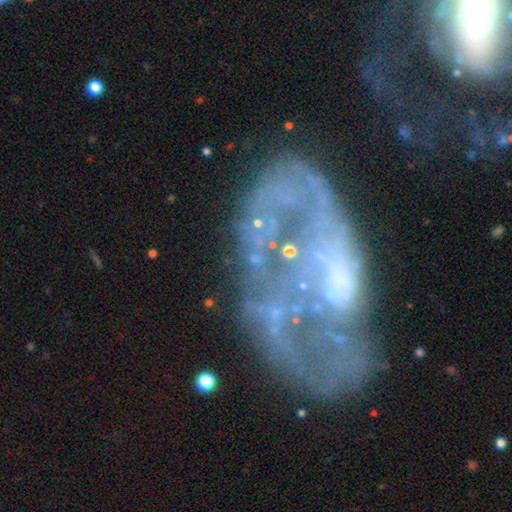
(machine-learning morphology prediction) Smooth or featured?
  - featured or disk: 67% *
  - star or artifact: 17%
  - smooth: 16%
Edge-on disk?
  - no: 94% *
  - yes: 6%
Bar?
  - no: 70% *
  - weak: 18%
  - strong: 12%
Spiral arms?
  - no: 54% *
  - yes: 46%
Bulge size?
  - none: 47% *
  - small: 25%
  - moderate: 20%
  - large: 5%
  - dominant: 3%
Merging?
  - none: 39% *
  - major disturbance: 32%
  - minor disturbance: 16%
  - merger: 12%